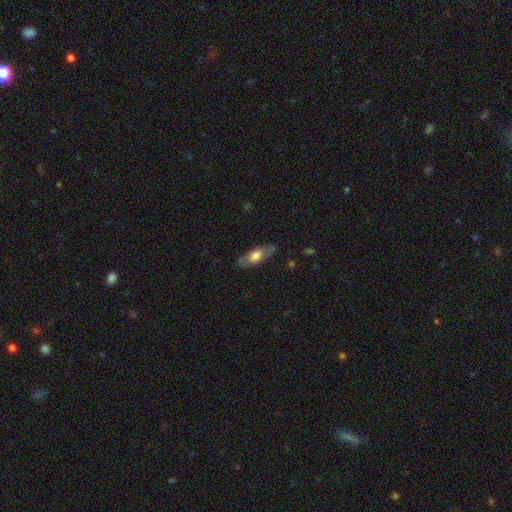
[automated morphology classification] Smooth or featured? smooth (54%)
How rounded? in between (73%)
Merging? none (81%)